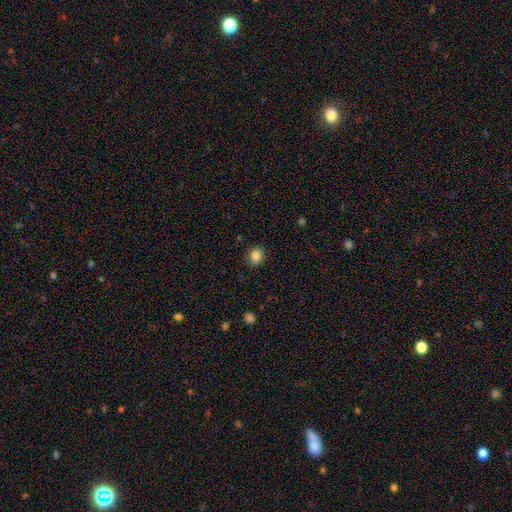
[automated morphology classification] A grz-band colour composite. It shows a smooth galaxy with no disk features (85%) that is round (76%). Merging: none (86%).